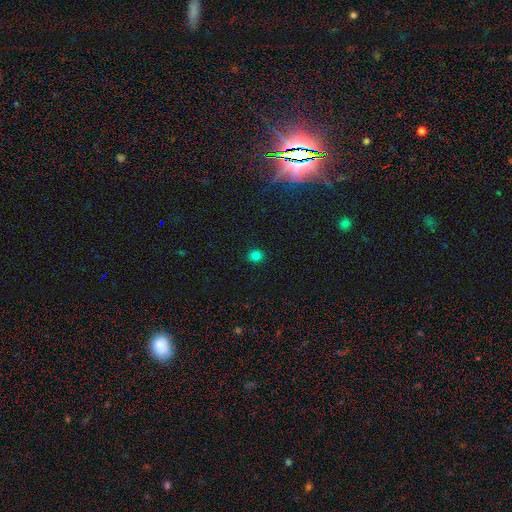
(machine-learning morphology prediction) type=smooth (80%); roundness=round (76%); merging=none (91%).